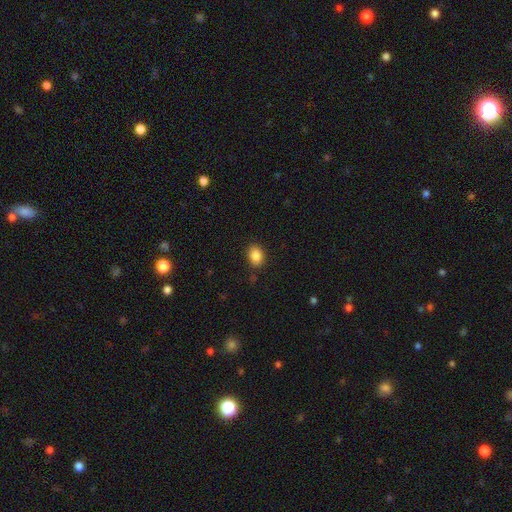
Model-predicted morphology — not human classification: Q: Smooth or featured?
A: smooth (87%); runner-up: star or artifact (9%)
Q: How rounded?
A: in between (70%); runner-up: round (29%)
Q: Merging?
A: none (86%); runner-up: minor disturbance (10%)